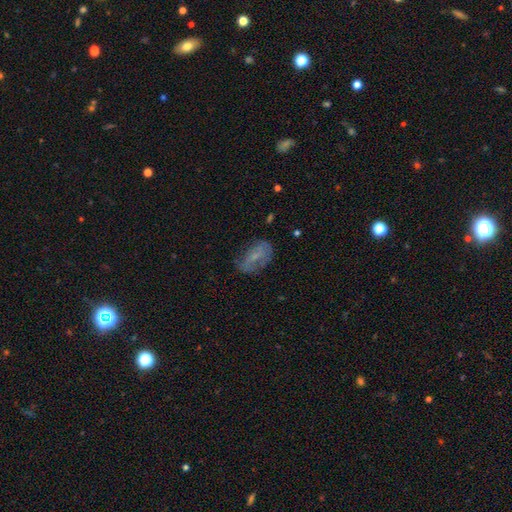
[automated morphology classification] Overall: smooth (51%; featured or disk 38%). How rounded: in between (88%). Merging: none (57%; minor disturbance 27%).